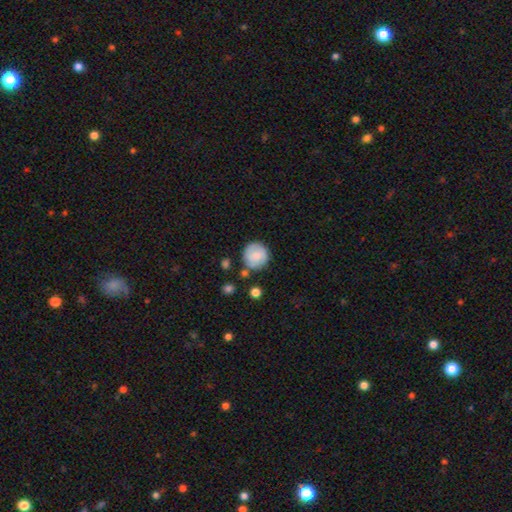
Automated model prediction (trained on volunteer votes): This is likely a smooth galaxy (70%). How rounded: clearly round (92%). Merging: likely none (76%).